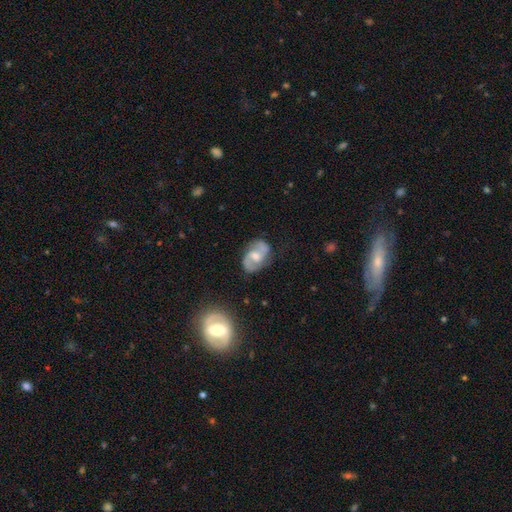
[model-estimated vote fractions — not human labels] A featured or disk galaxy (77%) with a weak bar (50%), 2 (88%) medium (52%) spiral arms (92%) and a moderate central bulge (59%). Merging: none (71%).